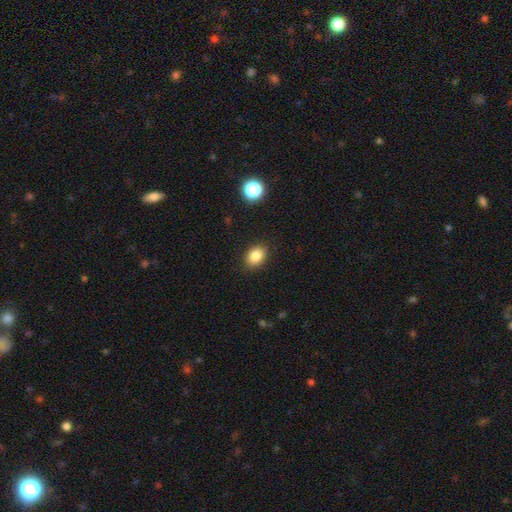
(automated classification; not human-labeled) A smooth galaxy with no disk features (84%) that is in between round and cigar-shaped (59%). Merging: none (88%).